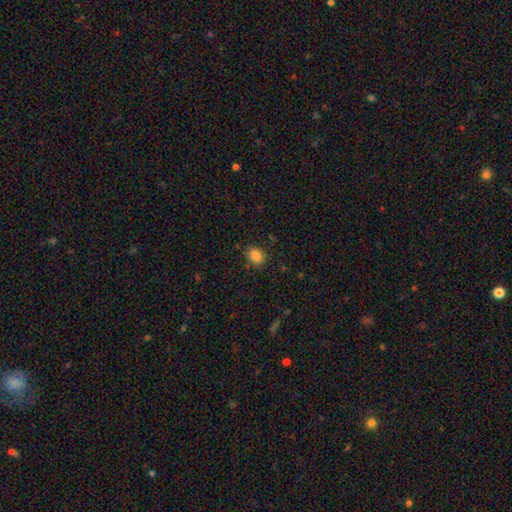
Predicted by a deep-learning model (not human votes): This is clearly a smooth galaxy (85%). How rounded: possibly round (54%). Merging: clearly none (85%).